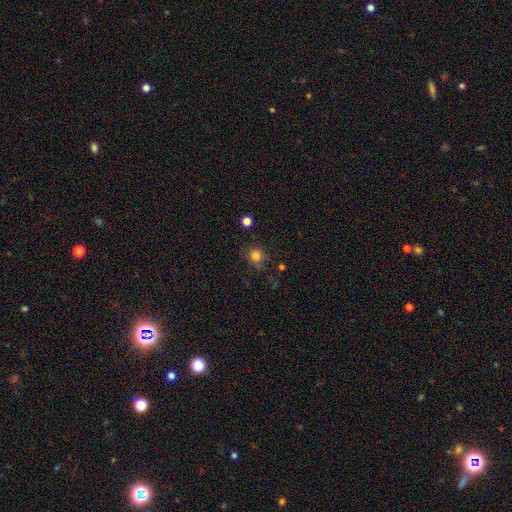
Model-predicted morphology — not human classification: Smooth or featured: smooth — 81% (star or artifact — 14%)
How rounded: round — 89% (in between — 10%)
Merging: none — 75% (minor disturbance — 15%)